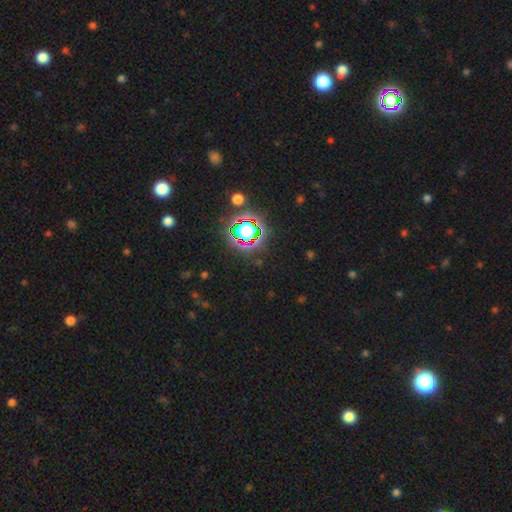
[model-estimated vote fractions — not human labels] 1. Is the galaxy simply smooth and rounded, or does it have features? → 79% star or artifact, 13% smooth, 8% featured or disk.